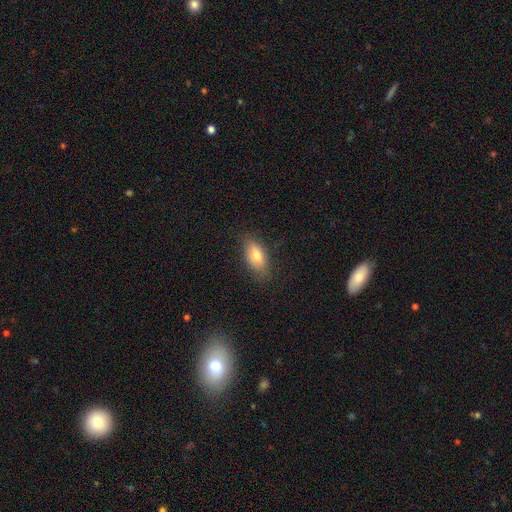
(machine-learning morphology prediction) Overall: smooth (74%). How rounded: in between (85%). Merging: none (78%).